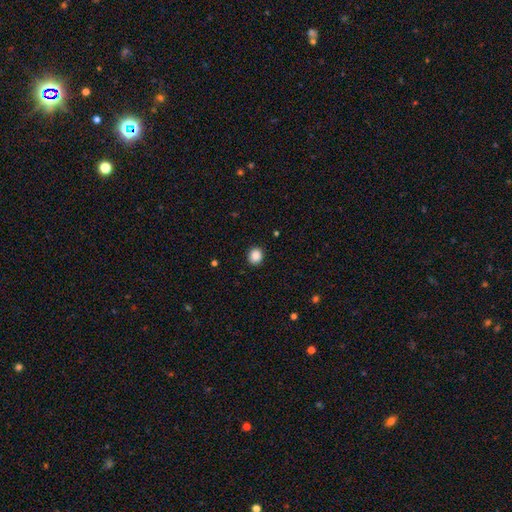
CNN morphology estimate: Smooth or featured? Predicted: smooth (p=0.88). How rounded? Predicted: round (p=0.80). Merging? Predicted: none (p=0.91).